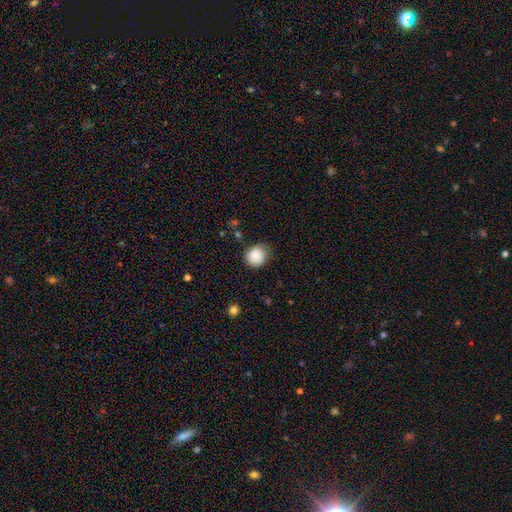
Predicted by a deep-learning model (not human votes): Smooth or featured?
  - smooth: 87% *
  - star or artifact: 9%
  - featured or disk: 4%
How rounded?
  - round: 78% *
  - in between: 21%
  - cigar-shaped: 1%
Merging?
  - none: 73% *
  - minor disturbance: 20%
  - major disturbance: 5%
  - merger: 2%